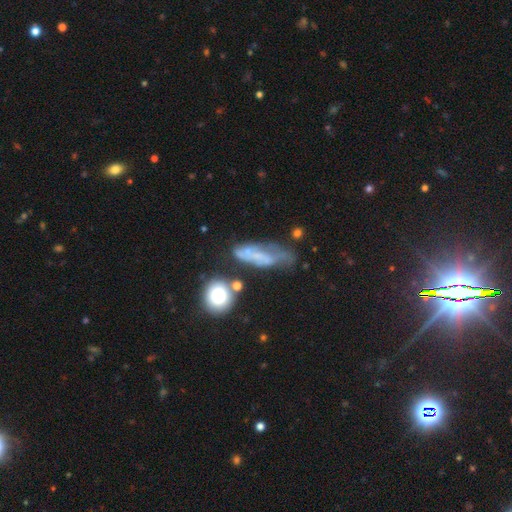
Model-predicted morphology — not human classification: Overall: featured or disk (49%; smooth 38%). Merging: none (38%; minor disturbance 28%).